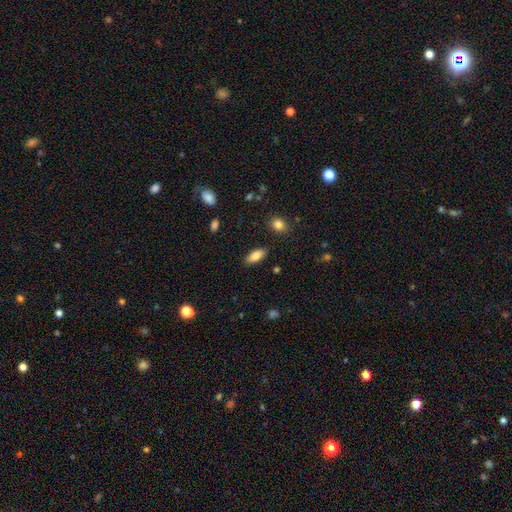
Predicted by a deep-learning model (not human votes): smooth-or-featured: smooth: 82% | featured or disk: 11% | star or artifact: 7%
  how-rounded: in between: 80% | cigar-shaped: 17% | round: 3%
  merging: none: 86% | minor disturbance: 10% | major disturbance: 2% | merger: 2%